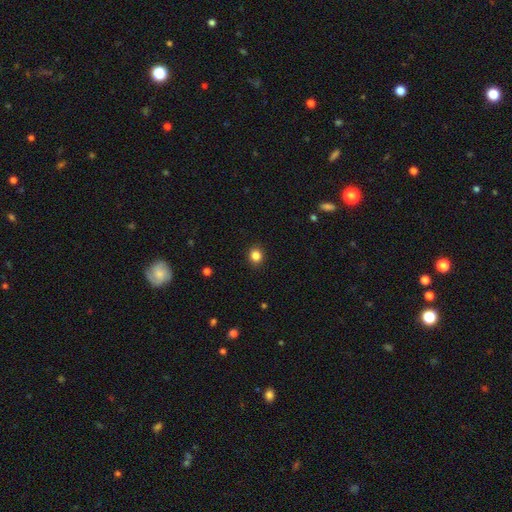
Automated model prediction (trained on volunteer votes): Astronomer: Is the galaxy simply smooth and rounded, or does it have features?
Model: smooth — 85%.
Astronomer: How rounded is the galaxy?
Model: round — 77%.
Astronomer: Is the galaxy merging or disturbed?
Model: none — 91%.